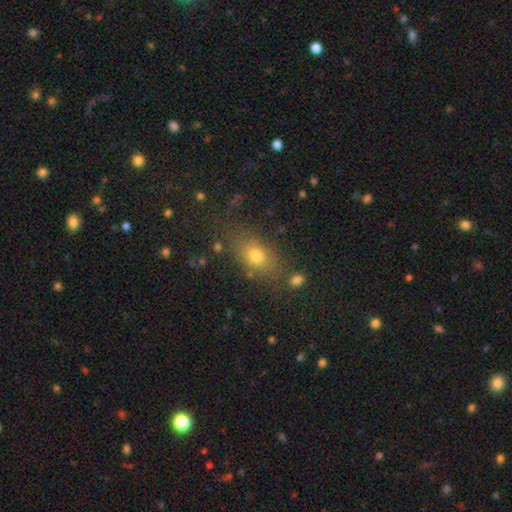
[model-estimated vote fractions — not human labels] smooth-or-featured: smooth: 74% | star or artifact: 14% | featured or disk: 12%
  how-rounded: in between: 71% | round: 23% | cigar-shaped: 7%
  merging: none: 74% | minor disturbance: 14% | major disturbance: 6% | merger: 5%